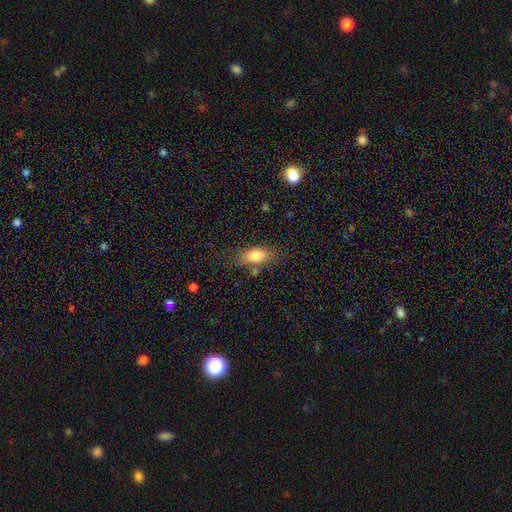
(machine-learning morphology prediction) smooth-or-featured: smooth: 79% | featured or disk: 13% | star or artifact: 8%
  how-rounded: in between: 83% | cigar-shaped: 10% | round: 7%
  merging: none: 73% | minor disturbance: 17% | major disturbance: 5% | merger: 5%